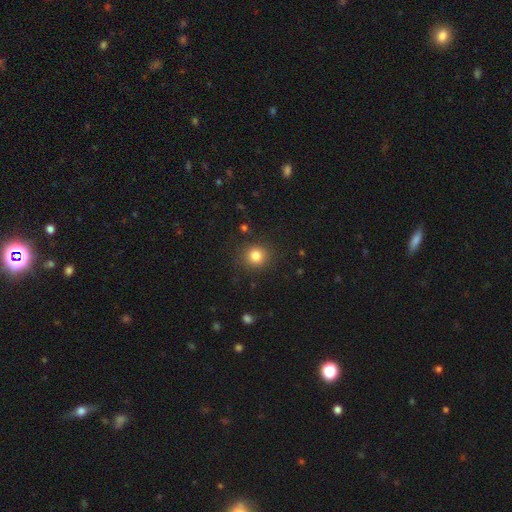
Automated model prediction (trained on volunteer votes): A smooth galaxy with no disk features (83%) that is round (89%).

Vote fractions:
- Smooth or featured? smooth: 83% / star or artifact: 12% / featured or disk: 6%
- How rounded? round: 89% / in between: 10% / cigar-shaped: 1%
- Merging? none: 89% / minor disturbance: 7% / major disturbance: 3% / merger: 1%